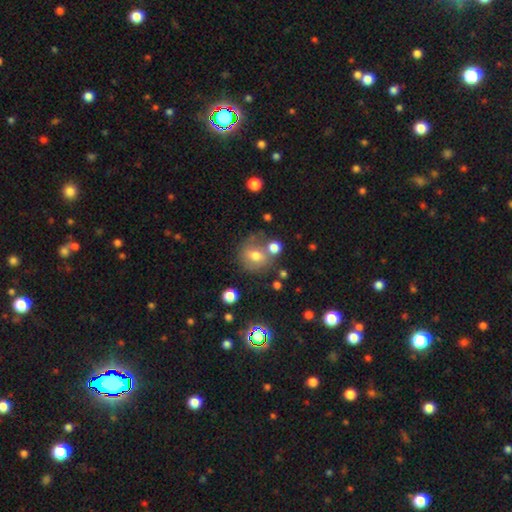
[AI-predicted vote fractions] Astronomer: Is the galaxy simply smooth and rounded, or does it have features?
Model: smooth — 63%.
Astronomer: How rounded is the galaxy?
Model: round — 71%.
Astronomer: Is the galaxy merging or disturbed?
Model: none — 57%.